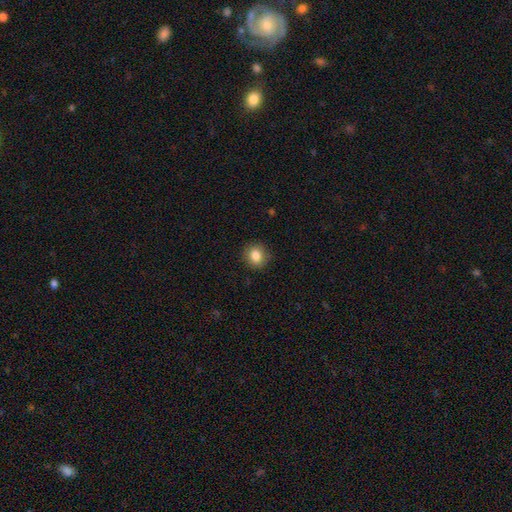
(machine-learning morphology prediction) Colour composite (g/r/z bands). It shows a smooth galaxy with no disk features (84%) that is round (80%). Merging: none (88%).